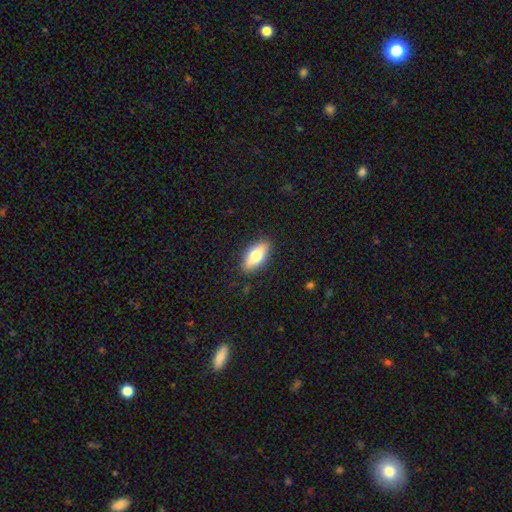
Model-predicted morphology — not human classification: Smooth or featured? smooth (68%)
How rounded? in between (81%)
Merging? none (88%)